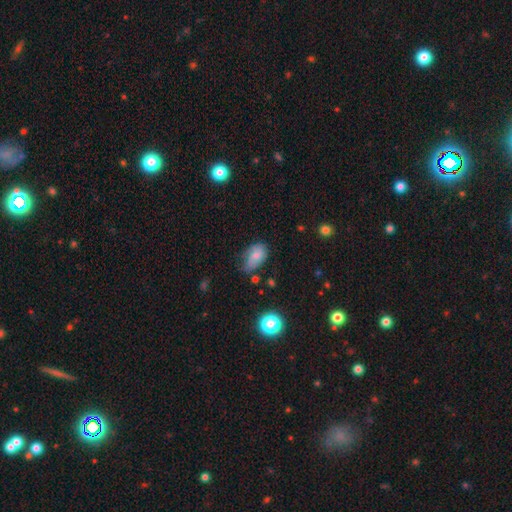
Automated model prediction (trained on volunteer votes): This appears to be a smooth galaxy with no disk features (70%) that is in between round and cigar-shaped (88%). Merging: none (44%).